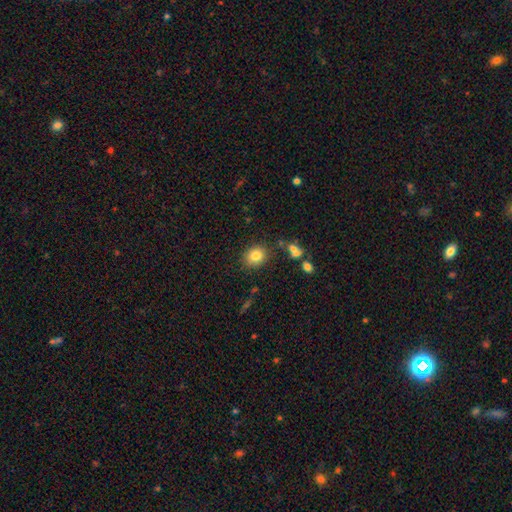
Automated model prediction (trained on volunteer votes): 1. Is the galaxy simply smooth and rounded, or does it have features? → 82% smooth, 10% star or artifact, 7% featured or disk.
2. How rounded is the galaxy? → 63% round, 36% in between, 1% cigar-shaped.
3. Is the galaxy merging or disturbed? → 81% none, 11% minor disturbance, 4% merger, 3% major disturbance.